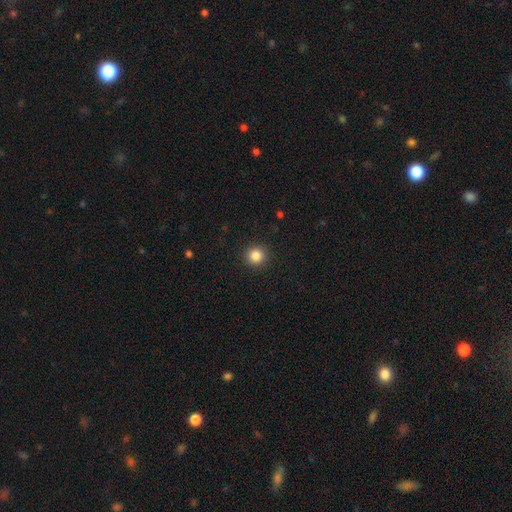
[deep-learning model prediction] smooth-or-featured: smooth: 85% | star or artifact: 11% | featured or disk: 4%
  how-rounded: round: 93% | in between: 6% | cigar-shaped: 1%
  merging: none: 92% | minor disturbance: 5% | major disturbance: 2% | merger: 1%